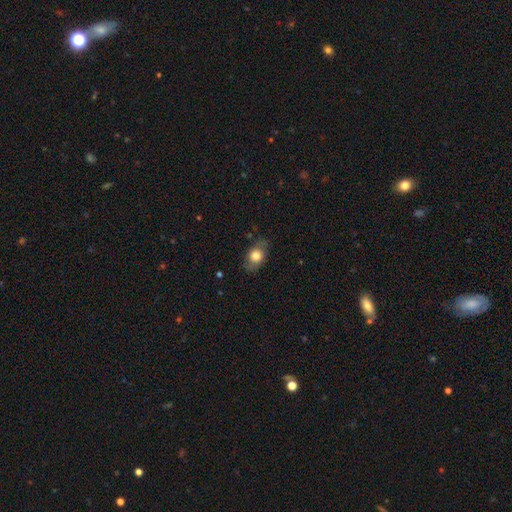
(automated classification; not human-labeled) Smooth or featured?
  - smooth: 70% *
  - featured or disk: 22%
  - star or artifact: 8%
How rounded?
  - in between: 72% *
  - round: 25%
  - cigar-shaped: 2%
Merging?
  - none: 74% *
  - minor disturbance: 19%
  - major disturbance: 7%
  - merger: 1%